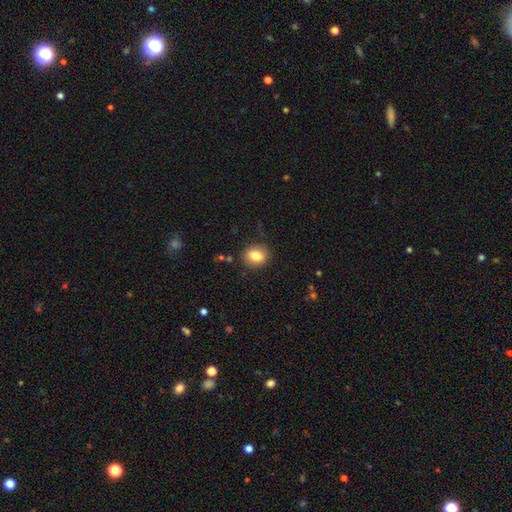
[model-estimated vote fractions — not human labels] This is clearly a smooth galaxy (82%). How rounded: possibly round (54%). Merging: clearly none (88%).